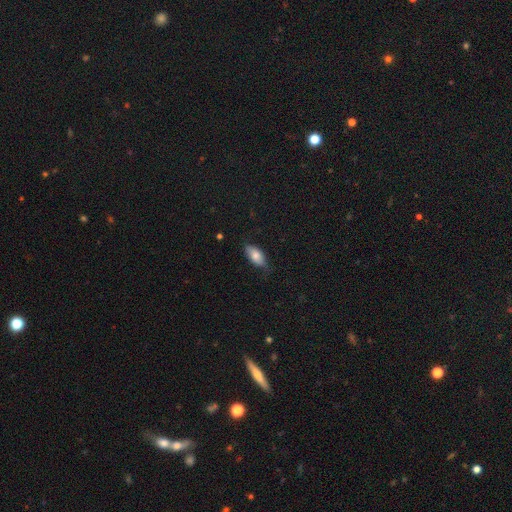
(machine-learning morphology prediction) smooth-or-featured: smooth: 77% | featured or disk: 16% | star or artifact: 7%
  how-rounded: in between: 89% | cigar-shaped: 8% | round: 3%
  merging: none: 68% | minor disturbance: 26% | major disturbance: 5% | merger: 1%